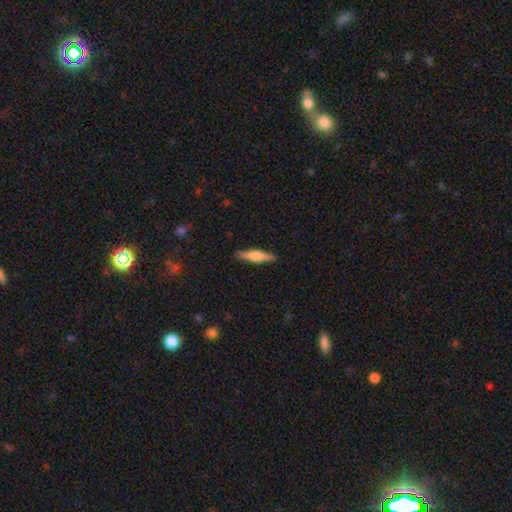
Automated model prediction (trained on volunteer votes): smooth-or-featured: smooth: 52% | featured or disk: 42% | star or artifact: 6%
  how-rounded: cigar-shaped: 81% | in between: 17% | round: 2%
  merging: none: 90% | minor disturbance: 7% | major disturbance: 2% | merger: 1%